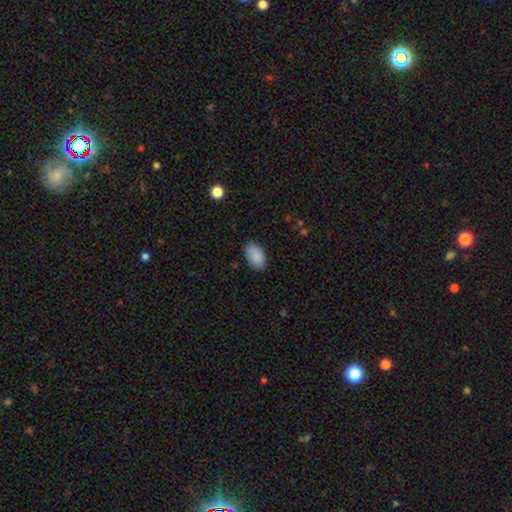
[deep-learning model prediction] smooth-or-featured: smooth: 89% | star or artifact: 7% | featured or disk: 4%
  how-rounded: in between: 94% | round: 5% | cigar-shaped: 1%
  merging: none: 87% | minor disturbance: 10% | major disturbance: 2% | merger: 1%